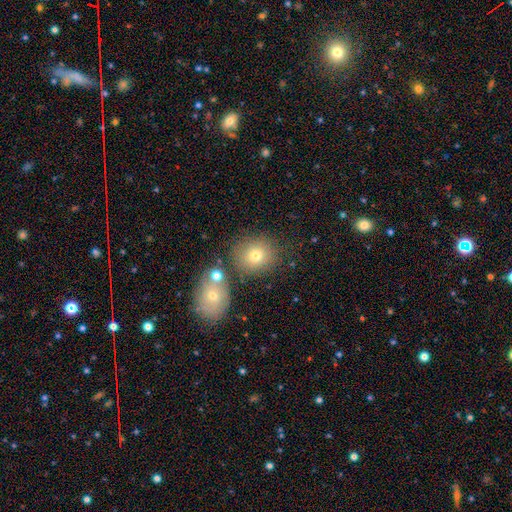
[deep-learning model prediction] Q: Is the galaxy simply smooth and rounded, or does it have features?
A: smooth — 73%.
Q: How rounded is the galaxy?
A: round — 77%.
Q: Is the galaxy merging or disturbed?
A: none — 72%.